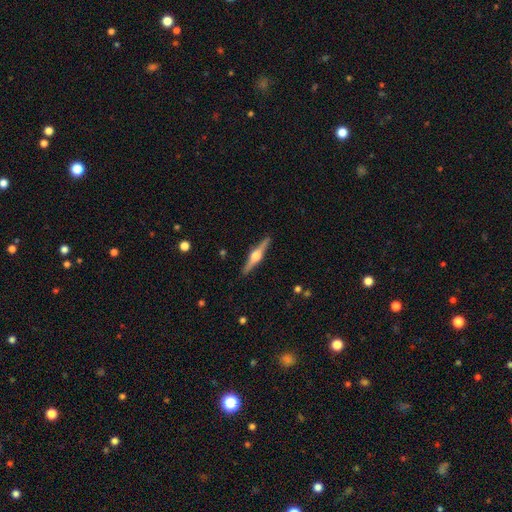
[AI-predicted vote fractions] Smooth or featured? Predicted: featured or disk (p=0.79). Edge-on disk? Predicted: yes (p=0.98). Edge-on bulge? Predicted: rounded (p=0.95). Merging? Predicted: none (p=0.91).